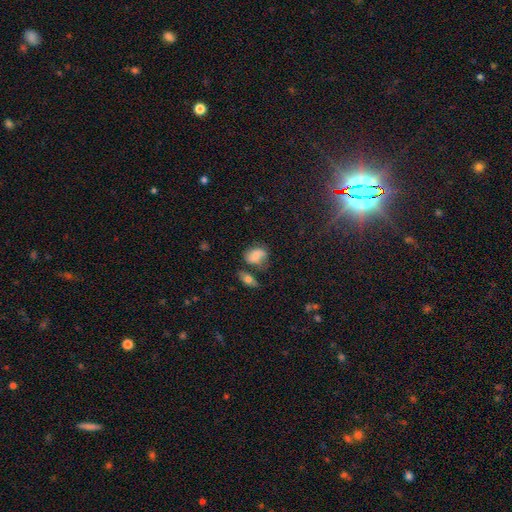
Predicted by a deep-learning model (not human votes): The model was most divided on "merging": none: 43%, minor disturbance: 28%, merger: 17%, major disturbance: 13%. More confident: how rounded — in between (75%); smooth or featured — smooth (73%).